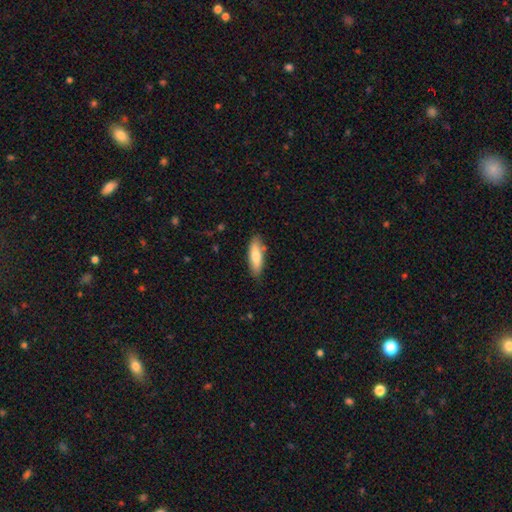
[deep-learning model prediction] A smooth galaxy with no disk features (74%) that is in between round and cigar-shaped (54%).

Vote fractions:
- Smooth or featured? smooth: 74% / featured or disk: 20% / star or artifact: 6%
- How rounded? in between: 54% / cigar-shaped: 44% / round: 2%
- Merging? none: 80% / minor disturbance: 15% / merger: 3% / major disturbance: 2%